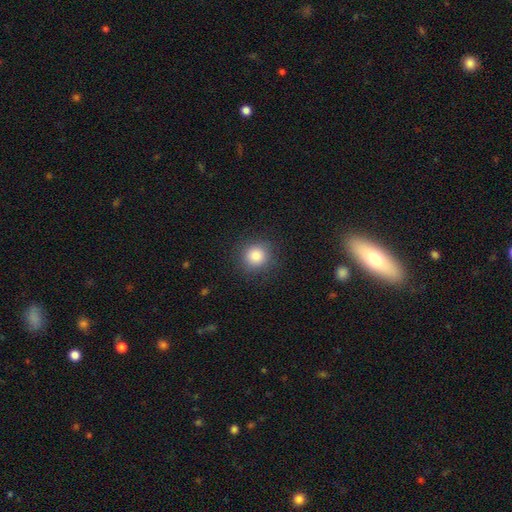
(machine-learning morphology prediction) This is clearly a smooth galaxy (83%). How rounded: clearly round (91%). Merging: clearly none (89%).